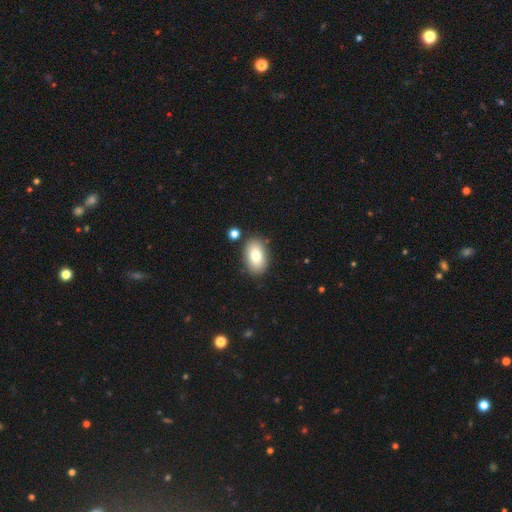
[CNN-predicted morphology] This is clearly a smooth galaxy (81%). How rounded: clearly in between (91%). Merging: clearly none (83%).